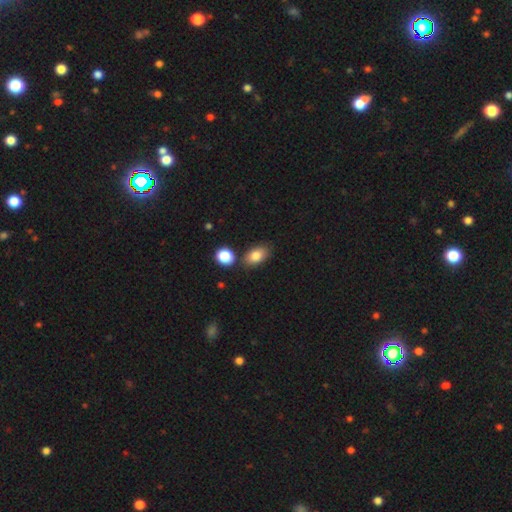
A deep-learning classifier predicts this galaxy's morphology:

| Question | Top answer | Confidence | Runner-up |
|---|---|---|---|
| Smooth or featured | smooth | 83% | featured or disk (9%) |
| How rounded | in between | 88% | round (10%) |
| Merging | none | 75% | minor disturbance (13%) |